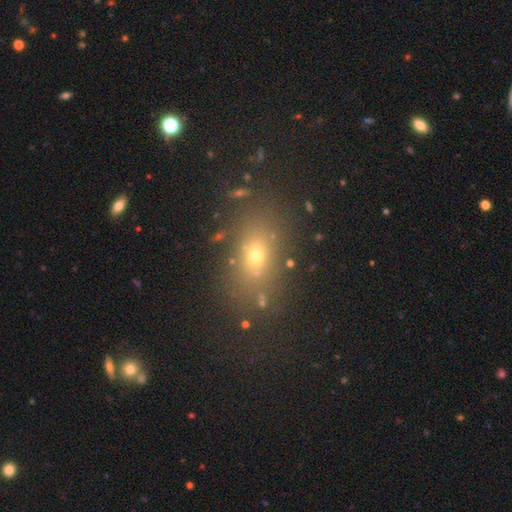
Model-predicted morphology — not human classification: smooth 60%, star or artifact 25%, featured or disk 15%. Down the decision tree: how rounded — in between (71%); merging — none (79%).